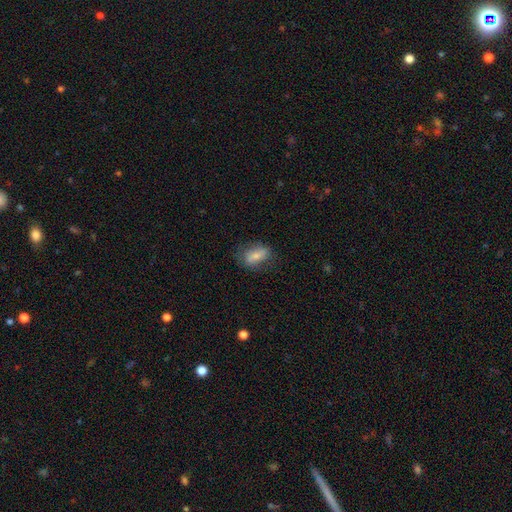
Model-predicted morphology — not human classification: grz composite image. It shows a smooth galaxy with no disk features (69%) that is in between round and cigar-shaped (83%). Merging: none (69%).